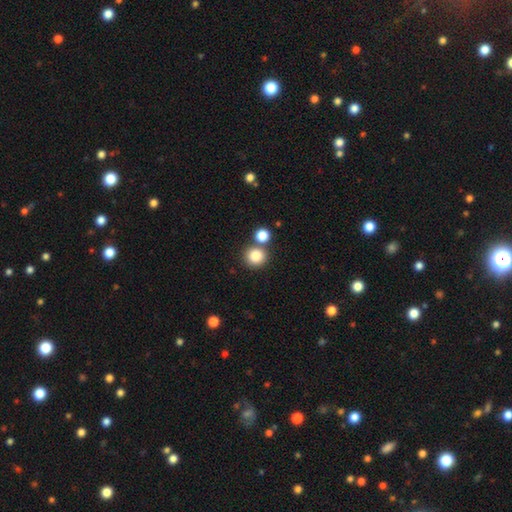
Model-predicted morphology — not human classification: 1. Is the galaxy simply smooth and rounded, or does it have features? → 85% smooth, 10% star or artifact, 5% featured or disk.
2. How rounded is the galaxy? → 89% round, 10% in between, 1% cigar-shaped.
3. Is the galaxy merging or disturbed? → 68% none, 22% merger, 8% minor disturbance, 3% major disturbance.